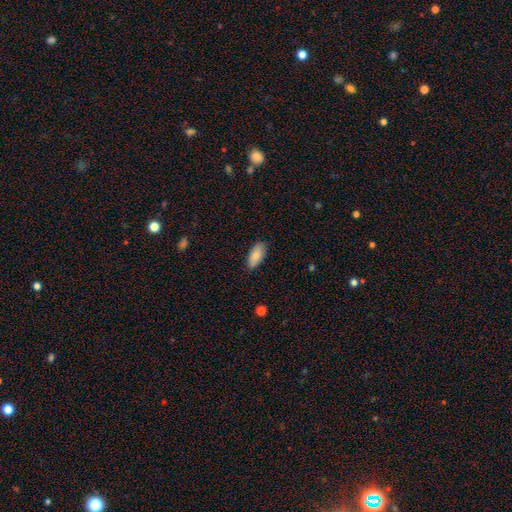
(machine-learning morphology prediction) A smooth galaxy with no disk features (82%) that is in between round and cigar-shaped (87%).

Vote fractions:
- Smooth or featured? smooth: 82% / featured or disk: 12% / star or artifact: 6%
- How rounded? in between: 87% / cigar-shaped: 11% / round: 2%
- Merging? none: 84% / minor disturbance: 13% / major disturbance: 2% / merger: 1%